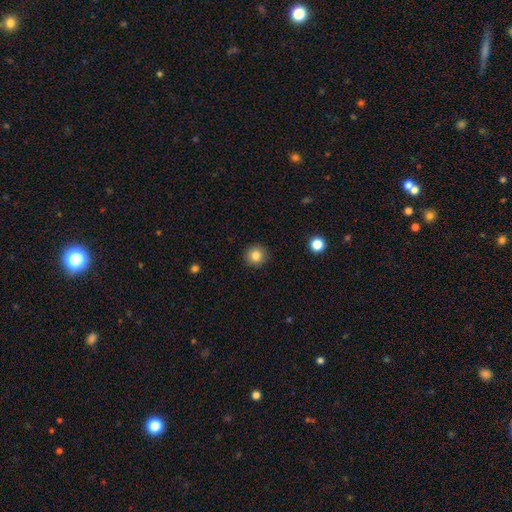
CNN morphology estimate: A smooth galaxy with no disk features (83%) that is round (94%). Merging: none (92%).